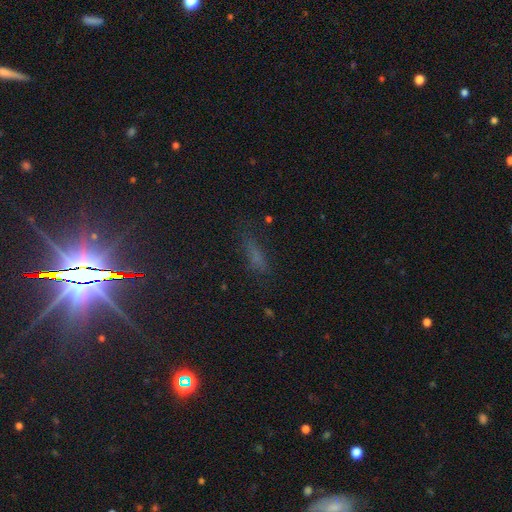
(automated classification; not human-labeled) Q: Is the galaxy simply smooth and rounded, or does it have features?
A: smooth — 50%.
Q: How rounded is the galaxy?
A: cigar-shaped — 62%.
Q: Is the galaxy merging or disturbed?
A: none — 67%.